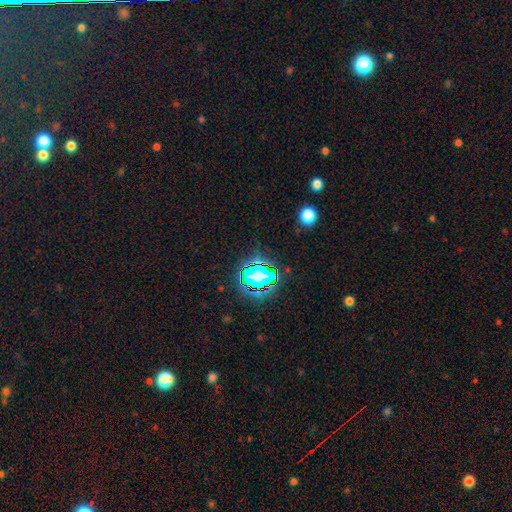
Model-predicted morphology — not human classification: The model was most divided on "smooth or featured": star or artifact: 75%, smooth: 16%, featured or disk: 9%.